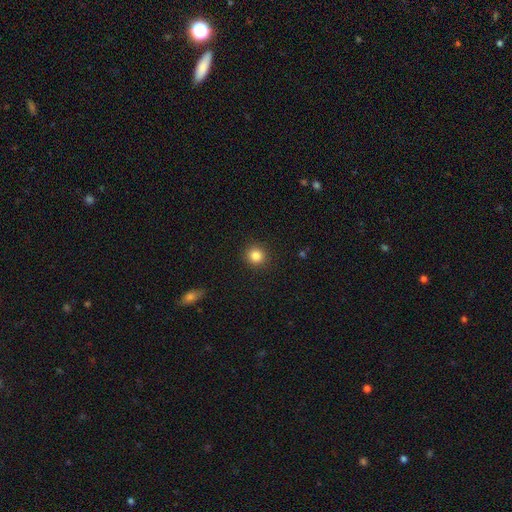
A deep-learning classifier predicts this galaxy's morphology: A smooth galaxy with no disk features (85%) that is round (92%). Merging: none (91%).